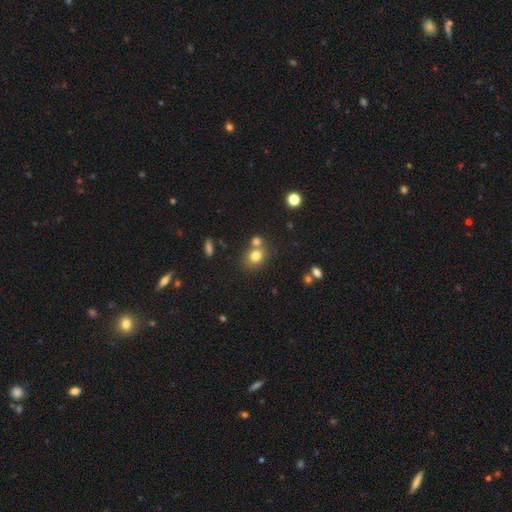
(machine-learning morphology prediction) smooth_or_featured: smooth (p=0.77) [alt: star or artifact p=0.13]
how_rounded: round (p=0.60) [alt: in between p=0.39]
merging: none (p=0.56) [alt: merger p=0.31]